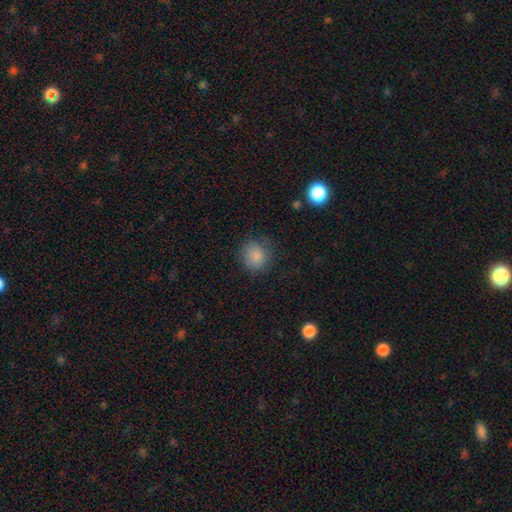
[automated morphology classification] smooth-or-featured: smooth: 85% | star or artifact: 10% | featured or disk: 5%
  how-rounded: round: 84% | in between: 15% | cigar-shaped: 1%
  merging: none: 75% | minor disturbance: 18% | major disturbance: 6% | merger: 1%